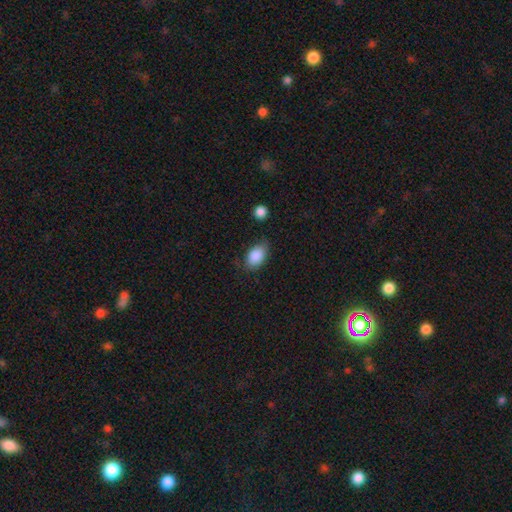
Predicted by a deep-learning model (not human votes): smooth_or_featured: smooth (p=0.87) [alt: star or artifact p=0.07]
how_rounded: in between (p=0.88) [alt: round p=0.10]
merging: none (p=0.69) [alt: minor disturbance p=0.23]